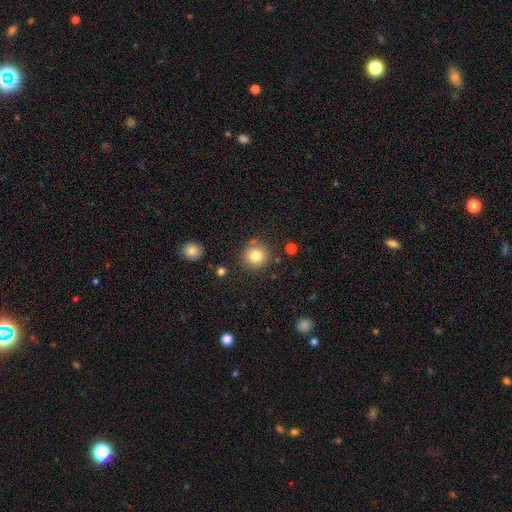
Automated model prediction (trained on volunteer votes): smooth-or-featured: smooth: 82% | star or artifact: 11% | featured or disk: 7%
  how-rounded: round: 93% | in between: 6% | cigar-shaped: 1%
  merging: none: 84% | minor disturbance: 8% | merger: 5% | major disturbance: 3%